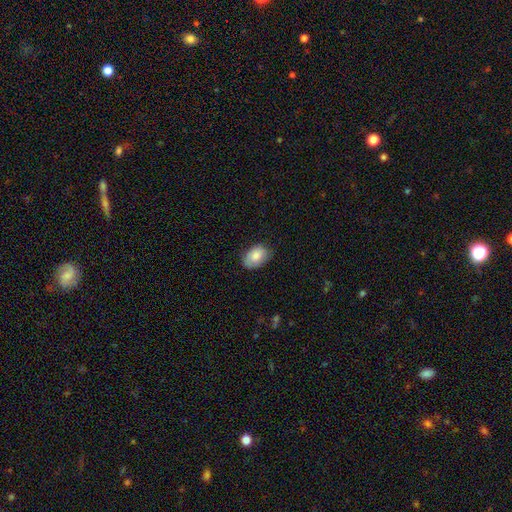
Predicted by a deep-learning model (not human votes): smooth 82%, featured or disk 11%, star or artifact 7%. Down the decision tree: how rounded — in between (86%); merging — none (73%).